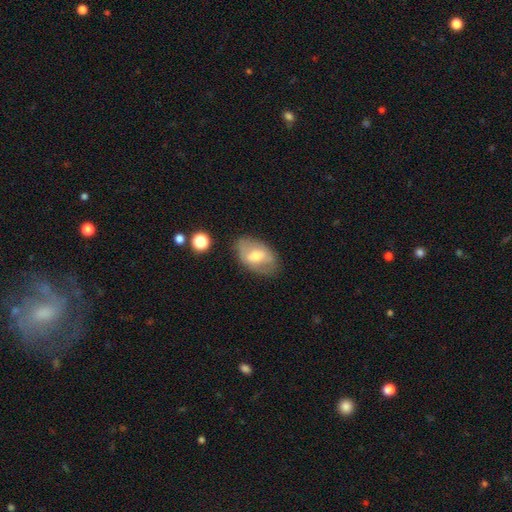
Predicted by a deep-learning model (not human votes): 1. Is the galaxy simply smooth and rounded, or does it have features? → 51% smooth, 42% featured or disk, 7% star or artifact.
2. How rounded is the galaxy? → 89% in between, 9% round, 2% cigar-shaped.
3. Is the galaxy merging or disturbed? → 72% none, 19% minor disturbance, 7% major disturbance, 2% merger.